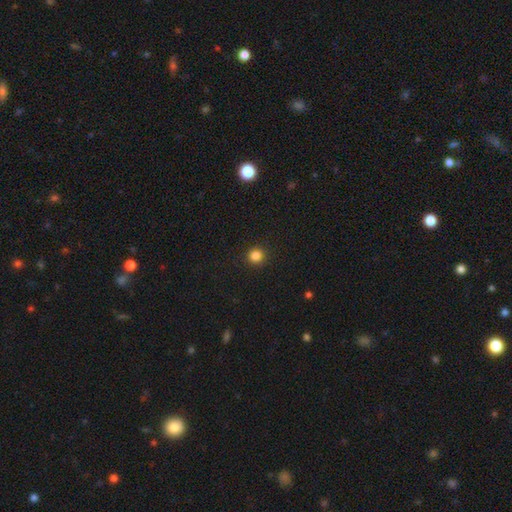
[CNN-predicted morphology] This is clearly a smooth galaxy (84%). How rounded: clearly round (93%). Merging: clearly none (92%).